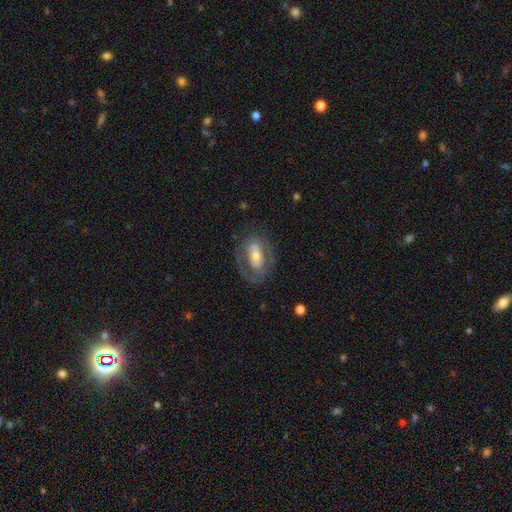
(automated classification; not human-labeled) smooth-or-featured: featured or disk: 63% | smooth: 31% | star or artifact: 6%
  disk-edge-on: no: 92% | yes: 8%
    bar: no: 47% | weak: 29% | strong: 25%
    has-spiral-arms: no: 58% | yes: 42%
    bulge-size: moderate: 53% | small: 32% | large: 11% | none: 2% | dominant: 2%
  merging: none: 70% | minor disturbance: 16% | major disturbance: 12% | merger: 1%